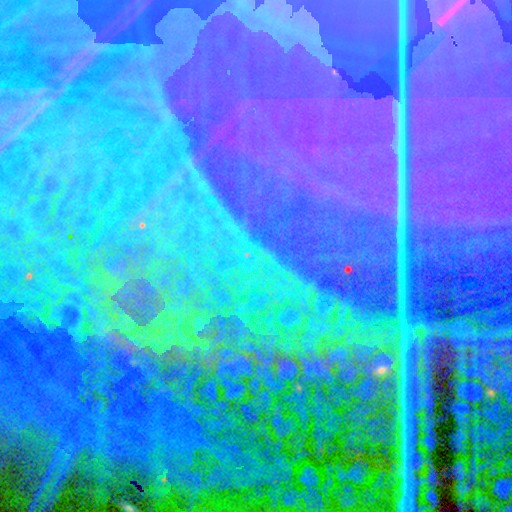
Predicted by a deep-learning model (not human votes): Q: Smooth or featured?
A: star or artifact (87%); runner-up: featured or disk (7%)